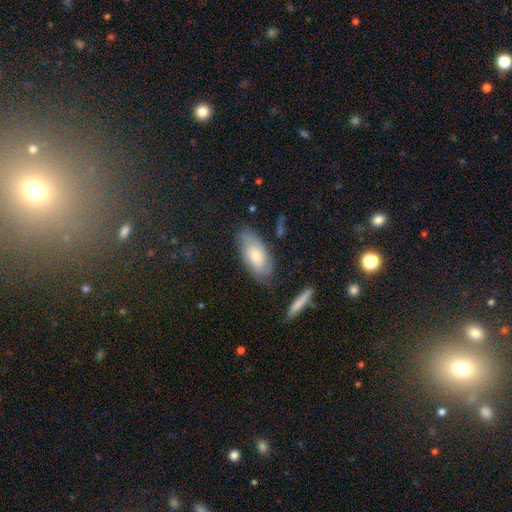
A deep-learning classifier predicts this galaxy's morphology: The model was most divided on "smooth or featured": smooth: 52%, featured or disk: 41%, star or artifact: 7%. More confident: how rounded — in between (88%); merging — none (71%).